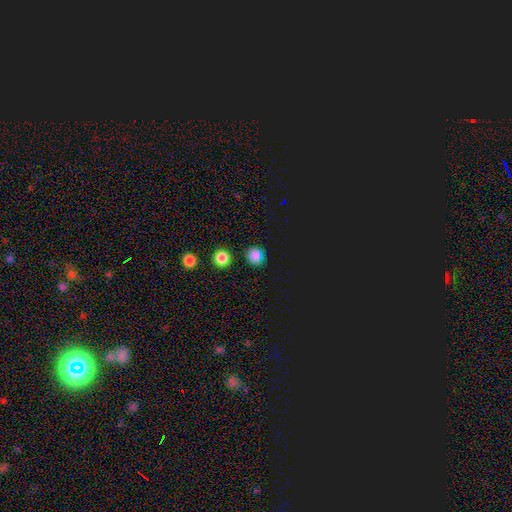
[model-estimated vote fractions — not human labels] Overall: smooth (63%; star or artifact 32%). How rounded: round (83%). Merging: none (84%).